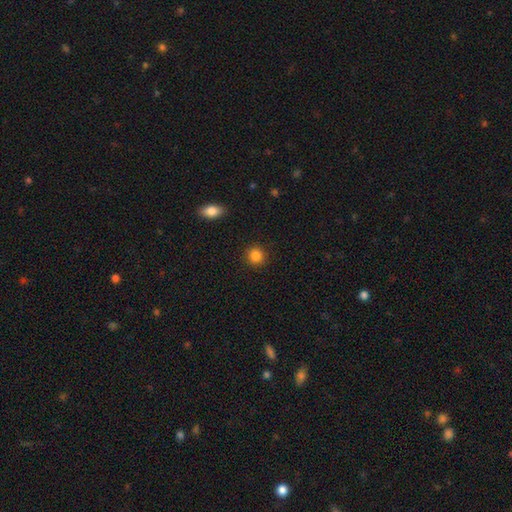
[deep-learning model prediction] This is clearly a smooth galaxy (86%). How rounded: clearly round (90%). Merging: clearly none (91%).